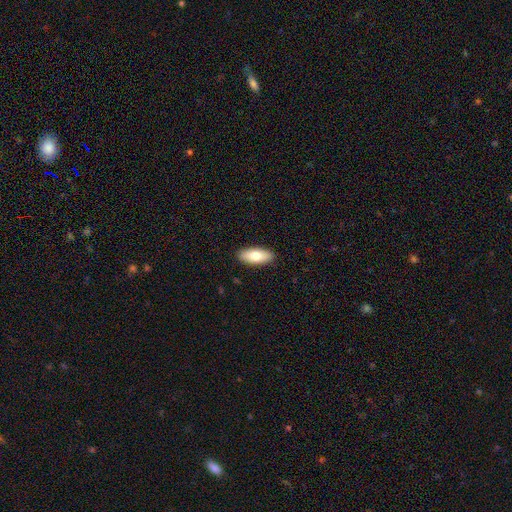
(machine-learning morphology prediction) Smooth or featured? smooth (77%)
How rounded? in between (84%)
Merging? none (91%)